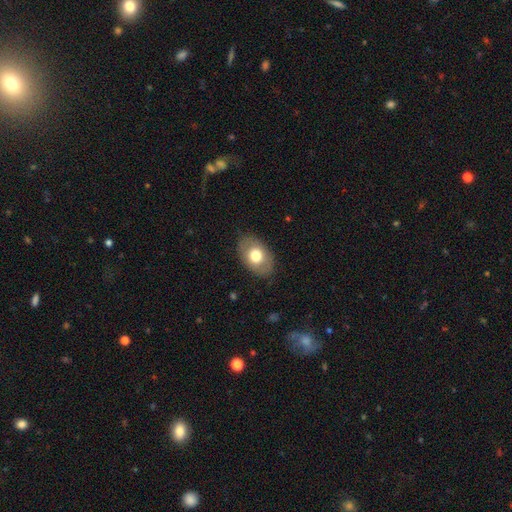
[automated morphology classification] smooth 68%, featured or disk 25%, star or artifact 7%. Down the decision tree: how rounded — in between (85%); merging — none (84%).